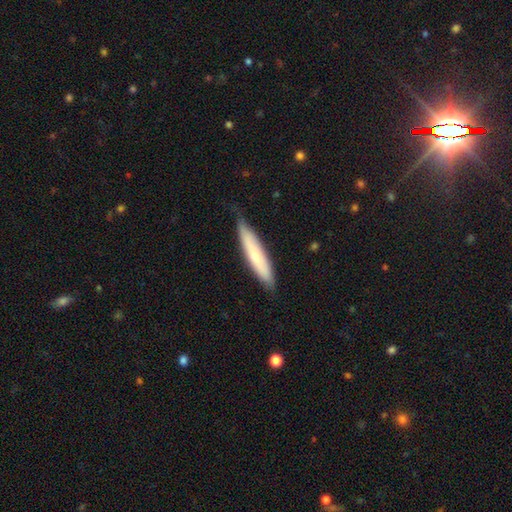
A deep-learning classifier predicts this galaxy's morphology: type=smooth (63%); roundness=cigar-shaped (86%); merging=none (76%).